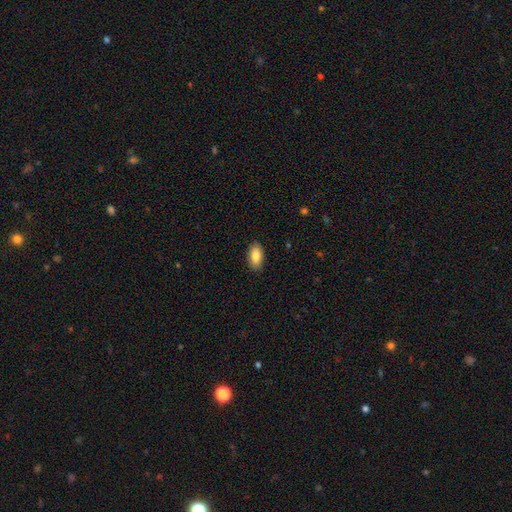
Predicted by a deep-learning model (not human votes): Smooth or featured? Predicted: smooth (p=0.86). How rounded? Predicted: in between (p=0.93). Merging? Predicted: none (p=0.89).